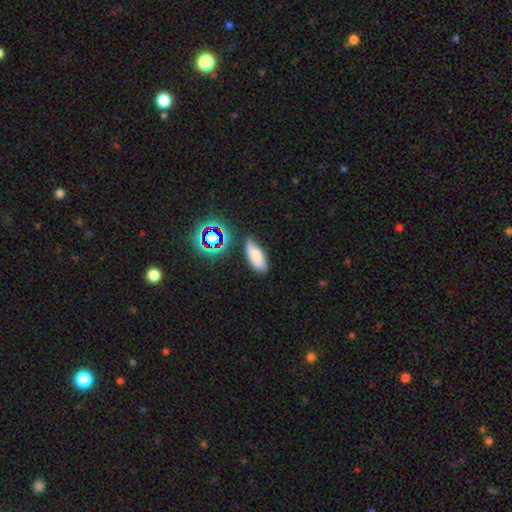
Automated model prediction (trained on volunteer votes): A smooth galaxy with no disk features (70%) that is in between round and cigar-shaped (80%).

Vote fractions:
- Smooth or featured? smooth: 70% / featured or disk: 16% / star or artifact: 15%
- How rounded? in between: 80% / cigar-shaped: 16% / round: 4%
- Merging? none: 66% / minor disturbance: 23% / major disturbance: 6% / merger: 4%